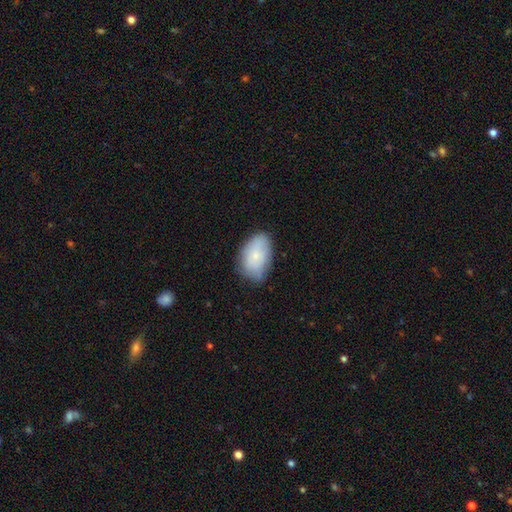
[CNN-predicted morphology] Smooth or featured?
  - smooth: 74% *
  - featured or disk: 19%
  - star or artifact: 7%
How rounded?
  - in between: 91% *
  - round: 8%
  - cigar-shaped: 1%
Merging?
  - none: 67% *
  - minor disturbance: 26%
  - major disturbance: 6%
  - merger: 1%